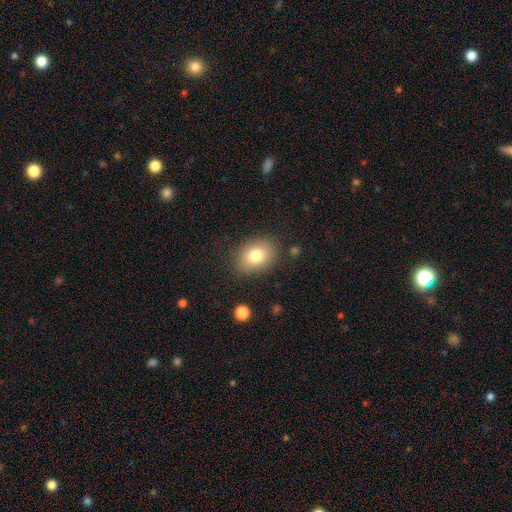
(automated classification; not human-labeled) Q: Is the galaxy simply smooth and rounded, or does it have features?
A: smooth — 79%.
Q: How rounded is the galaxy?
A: in between — 70%.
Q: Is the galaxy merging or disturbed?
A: none — 84%.